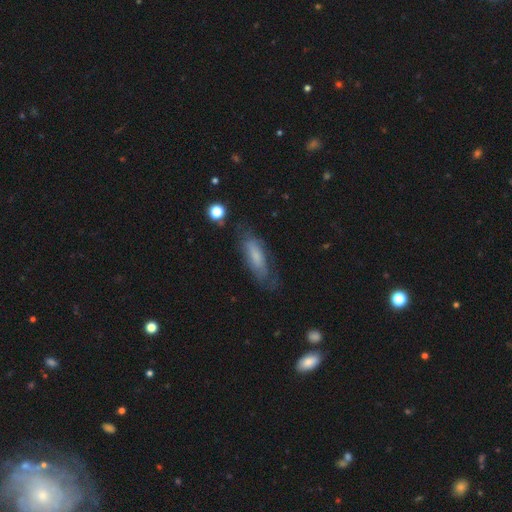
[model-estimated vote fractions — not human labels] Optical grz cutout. It shows a smooth galaxy with no disk features (58%) that is in between round and cigar-shaped (54%). Merging: none (65%).